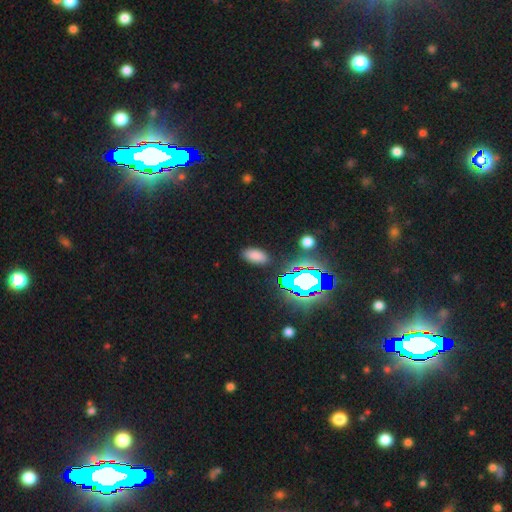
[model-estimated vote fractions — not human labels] Q: Smooth or featured?
A: smooth (73%); runner-up: star or artifact (20%)
Q: How rounded?
A: in between (92%); runner-up: round (5%)
Q: Merging?
A: none (86%); runner-up: minor disturbance (9%)